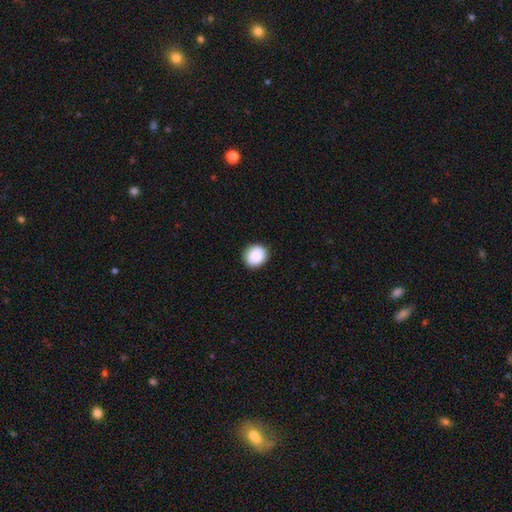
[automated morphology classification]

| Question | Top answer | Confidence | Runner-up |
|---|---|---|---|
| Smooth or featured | smooth | 89% | star or artifact (8%) |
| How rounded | round | 82% | in between (17%) |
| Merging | none | 91% | minor disturbance (7%) |